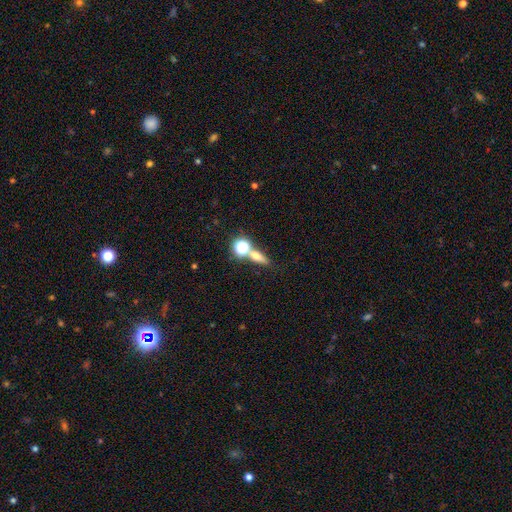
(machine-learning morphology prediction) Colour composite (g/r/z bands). It shows a smooth galaxy with no disk features (56%) that is in between round and cigar-shaped (41%). Merging: none (58%).